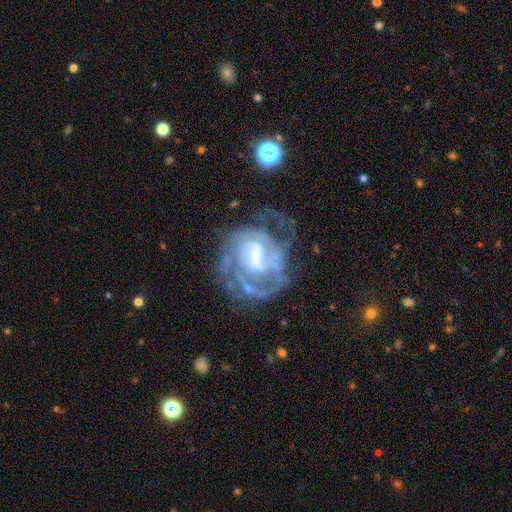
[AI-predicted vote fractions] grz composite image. It shows a featured or disk galaxy (85%) with a weak bar (53%), tight (52%) spiral arms (89%) and a small central bulge (49%). Merging: none (49%).